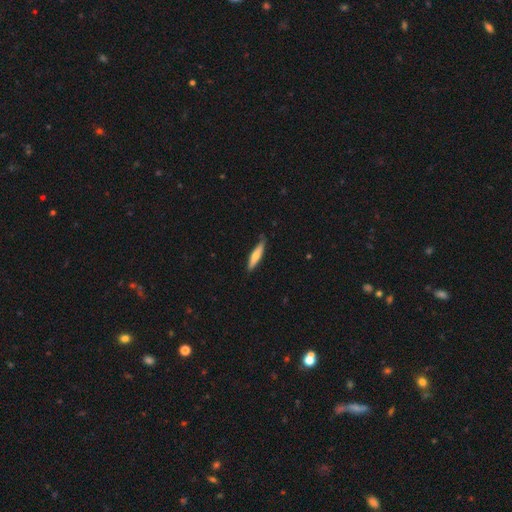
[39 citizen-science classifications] This is possibly a smooth galaxy (56%). How rounded: clearly cigar-shaped (95%). Merging: clearly none (81%).